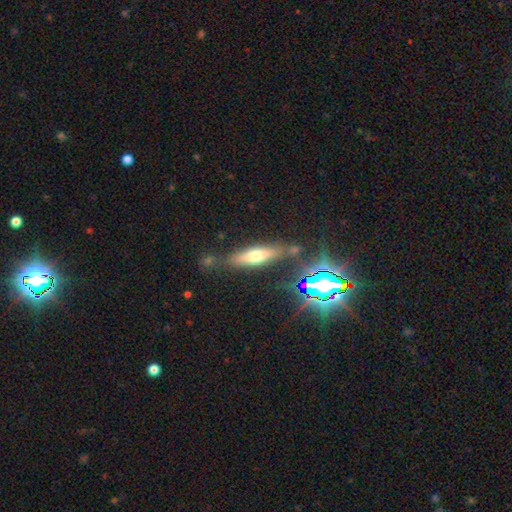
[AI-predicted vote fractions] Morphology: type=smooth (47%); merging=none (73%).